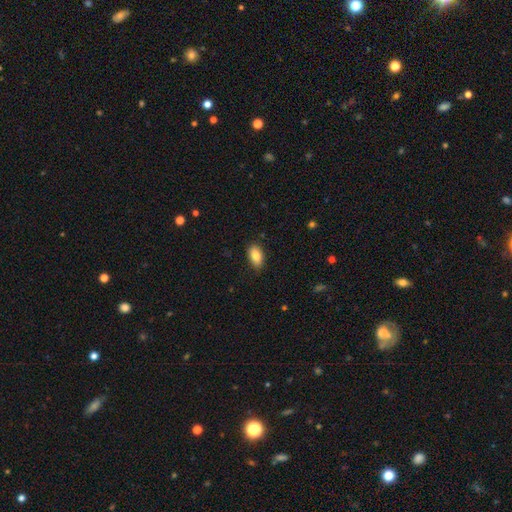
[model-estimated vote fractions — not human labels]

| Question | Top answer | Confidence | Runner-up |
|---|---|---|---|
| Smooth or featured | smooth | 83% | featured or disk (10%) |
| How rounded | in between | 91% | round (5%) |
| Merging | none | 84% | minor disturbance (13%) |